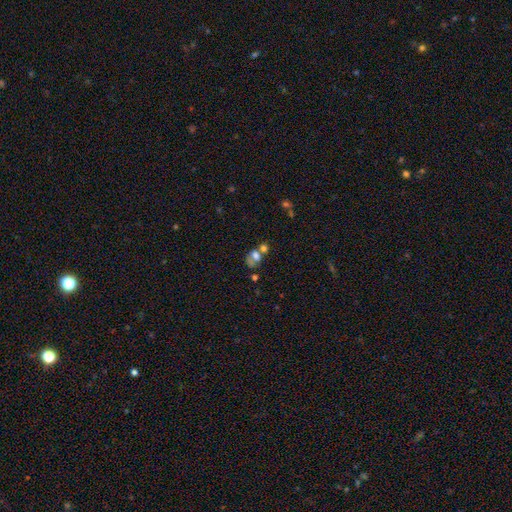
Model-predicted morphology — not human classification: smooth_or_featured: smooth (p=0.57) [alt: featured or disk p=0.25]
how_rounded: in between (p=0.56) [alt: round p=0.42]
merging: merger (p=0.46) [alt: none p=0.29]